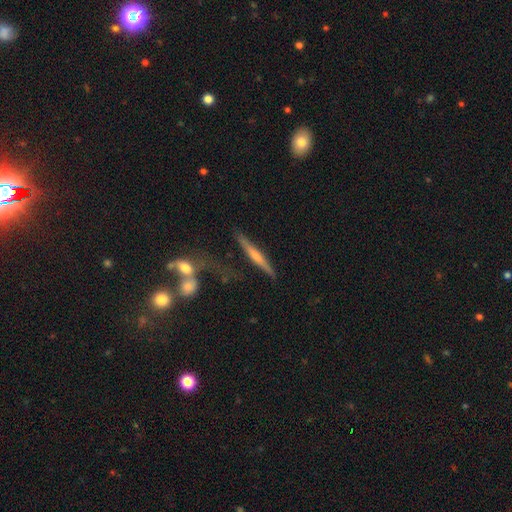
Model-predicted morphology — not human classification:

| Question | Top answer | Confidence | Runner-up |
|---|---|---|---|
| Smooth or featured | featured or disk | 62% | smooth (31%) |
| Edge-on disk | yes | 93% | no (7%) |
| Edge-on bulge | rounded | 61% | none (28%) |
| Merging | none | 70% | minor disturbance (15%) |